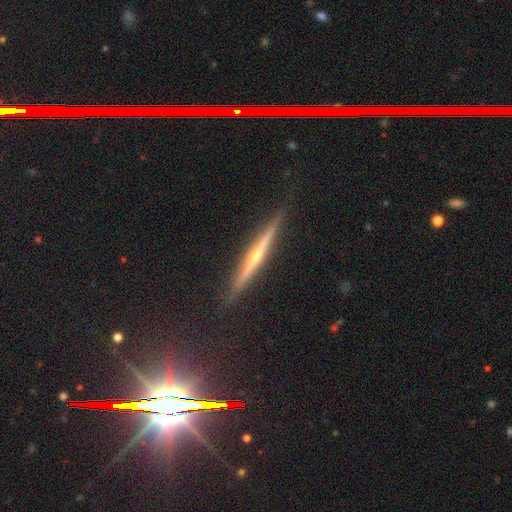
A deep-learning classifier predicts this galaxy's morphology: Overall: featured or disk (74%). Edge-on disk: yes (98%). Edge-on bulge: rounded (75%). Merging: none (89%).